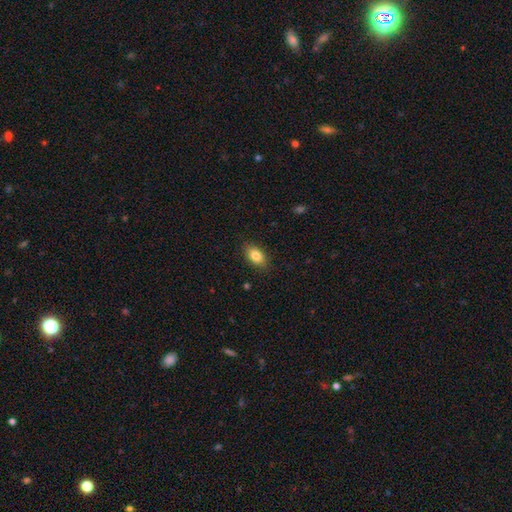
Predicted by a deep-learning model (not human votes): smooth_or_featured: smooth (p=0.84) [alt: featured or disk p=0.08]
how_rounded: in between (p=0.89) [alt: round p=0.09]
merging: none (p=0.86) [alt: minor disturbance p=0.10]